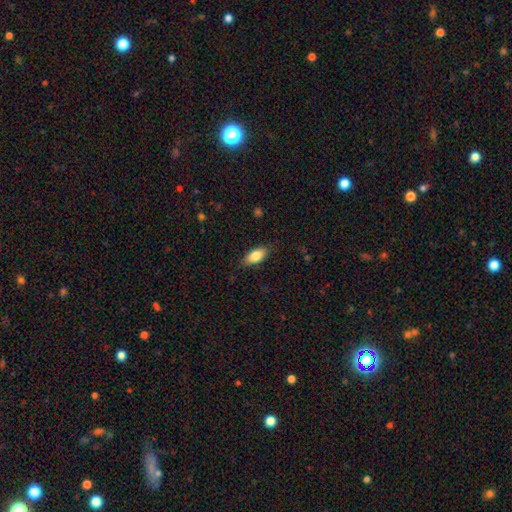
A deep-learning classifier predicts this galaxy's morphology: Q: Smooth or featured?
A: smooth (83%); runner-up: featured or disk (11%)
Q: How rounded?
A: in between (87%); runner-up: cigar-shaped (9%)
Q: Merging?
A: none (83%); runner-up: minor disturbance (13%)